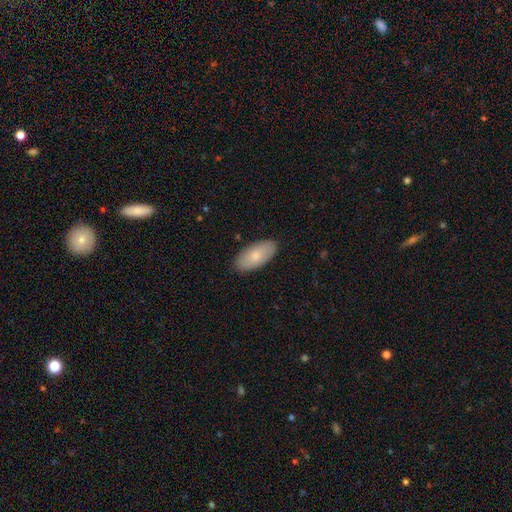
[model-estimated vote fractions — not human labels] smooth 78%, featured or disk 16%, star or artifact 6%. Down the decision tree: how rounded — in between (93%); merging — none (88%).